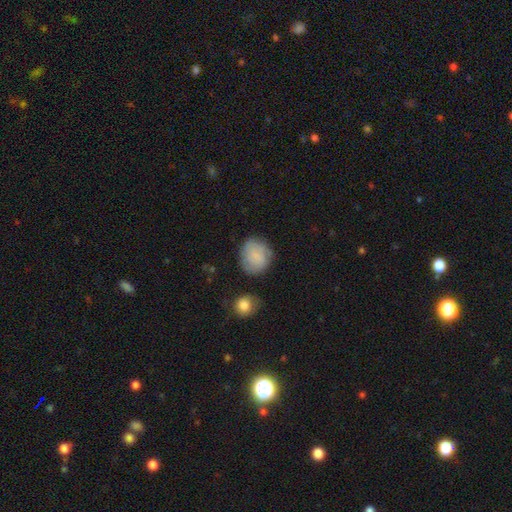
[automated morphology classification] This appears to be a smooth galaxy with no disk features (77%) that is round (81%). Merging: none (73%).